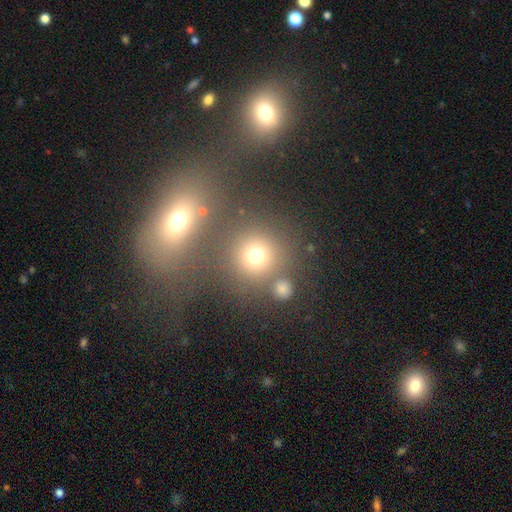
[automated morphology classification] Smooth or featured? smooth (71%)
How rounded? round (91%)
Merging? none (72%)